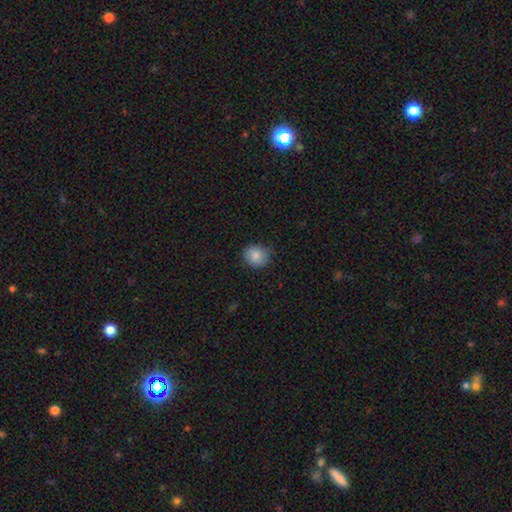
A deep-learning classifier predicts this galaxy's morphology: A smooth galaxy with no disk features (85%) that is round (80%).

Vote fractions:
- Smooth or featured? smooth: 85% / star or artifact: 9% / featured or disk: 6%
- How rounded? round: 80% / in between: 19% / cigar-shaped: 1%
- Merging? none: 77% / minor disturbance: 18% / major disturbance: 3% / merger: 1%